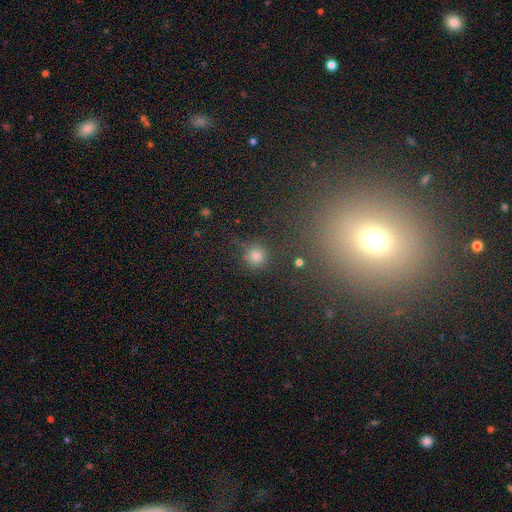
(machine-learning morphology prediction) Smooth or featured?
  - smooth: 71% *
  - star or artifact: 22%
  - featured or disk: 6%
How rounded?
  - round: 94% *
  - in between: 5%
  - cigar-shaped: 1%
Merging?
  - none: 85% *
  - minor disturbance: 8%
  - major disturbance: 3%
  - merger: 3%